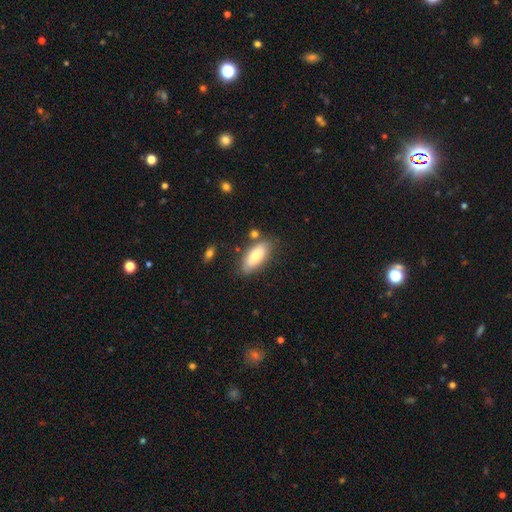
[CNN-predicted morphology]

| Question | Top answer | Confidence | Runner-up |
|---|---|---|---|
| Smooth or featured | smooth | 77% | featured or disk (17%) |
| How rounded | in between | 80% | cigar-shaped (18%) |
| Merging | none | 75% | minor disturbance (15%) |